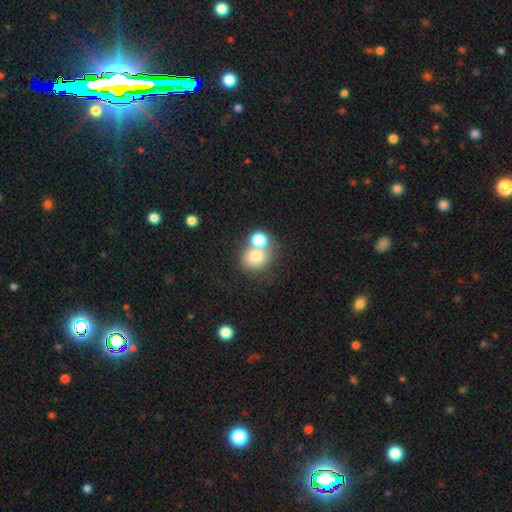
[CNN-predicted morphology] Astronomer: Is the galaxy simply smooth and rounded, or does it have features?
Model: smooth — 74%.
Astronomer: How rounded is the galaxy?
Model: round — 80%.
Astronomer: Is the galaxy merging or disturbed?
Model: merger — 46% (runner-up: none, 42%).